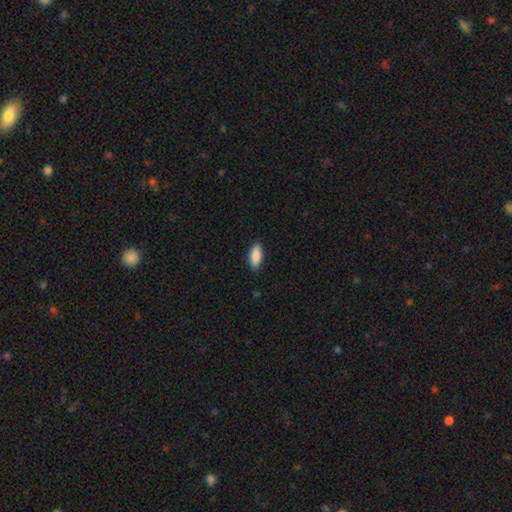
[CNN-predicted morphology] smooth-or-featured: smooth: 90% | star or artifact: 6% | featured or disk: 4%
  how-rounded: in between: 80% | cigar-shaped: 18% | round: 2%
  merging: none: 88% | minor disturbance: 9% | major disturbance: 2% | merger: 1%